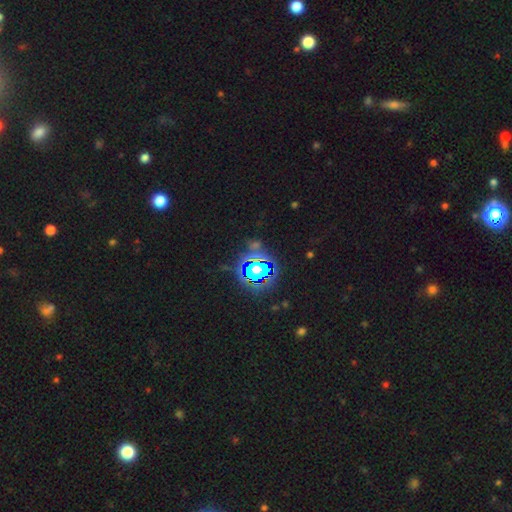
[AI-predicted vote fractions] Smooth or featured?
  - star or artifact: 82% *
  - smooth: 11%
  - featured or disk: 7%